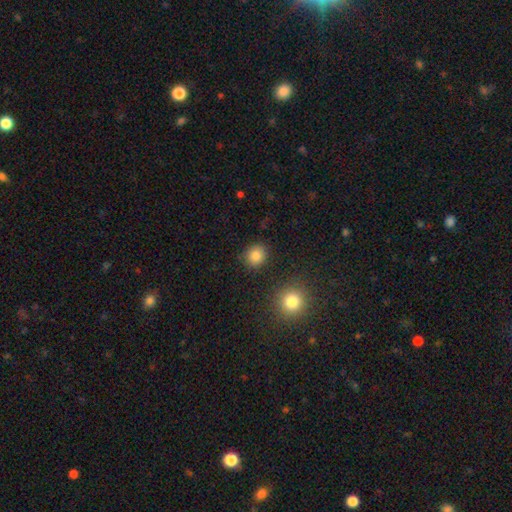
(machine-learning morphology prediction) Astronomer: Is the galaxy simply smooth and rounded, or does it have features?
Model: smooth — 84%.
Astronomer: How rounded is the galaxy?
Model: round — 79%.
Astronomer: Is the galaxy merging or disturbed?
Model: none — 86%.